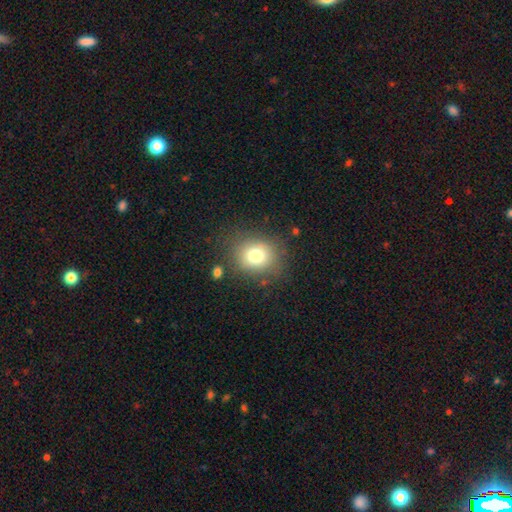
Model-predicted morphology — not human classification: Smooth or featured? smooth (77%)
How rounded? round (74%)
Merging? none (80%)